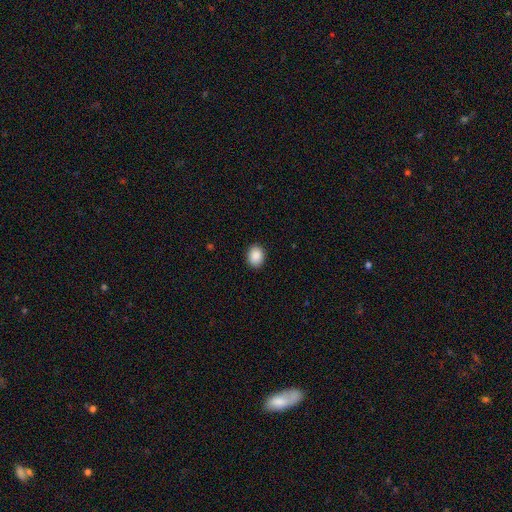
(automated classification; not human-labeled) smooth_or_featured: smooth (p=0.90) [alt: star or artifact p=0.07]
how_rounded: in between (p=0.56) [alt: round p=0.43]
merging: none (p=0.90) [alt: minor disturbance p=0.07]